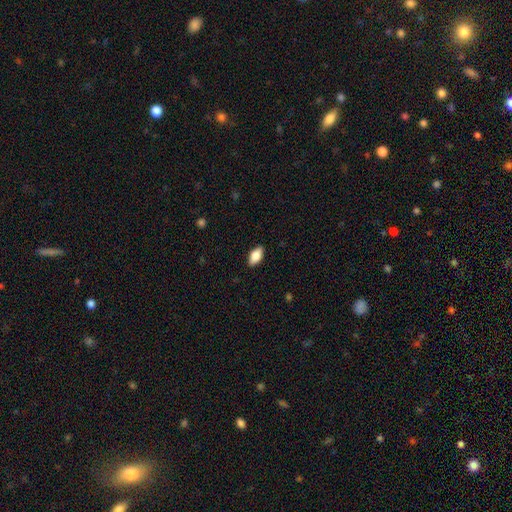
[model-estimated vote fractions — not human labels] Smooth or featured: smooth — 78% (featured or disk — 15%)
How rounded: in between — 90% (cigar-shaped — 7%)
Merging: none — 88% (minor disturbance — 9%)